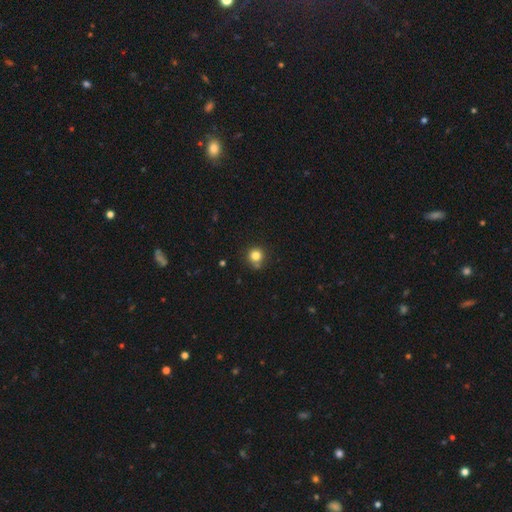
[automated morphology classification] This is clearly a smooth galaxy (81%). How rounded: clearly round (93%). Merging: likely none (78%).